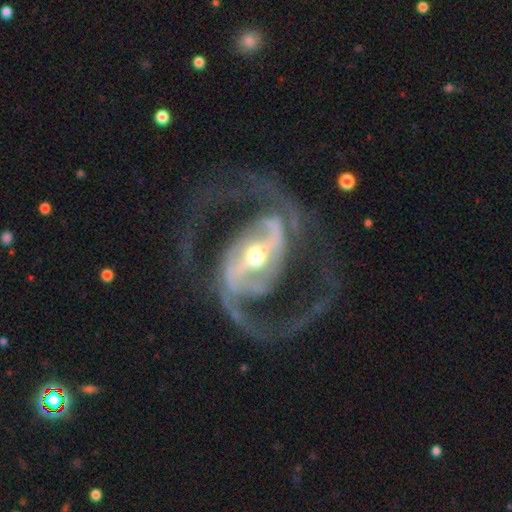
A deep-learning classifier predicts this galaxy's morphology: Smooth or featured: featured or disk — 92% (star or artifact — 5%)
Edge-on disk: no — 97% (yes — 3%)
Bar: strong — 71% (weak — 20%)
Spiral arms: yes — 96% (no — 4%)
Spiral winding: medium — 52% (loose — 32%)
Spiral arm count: 2 — 92% (can't tell — 2%)
Bulge size: moderate — 64% (small — 29%)
Merging: none — 70% (major disturbance — 15%)